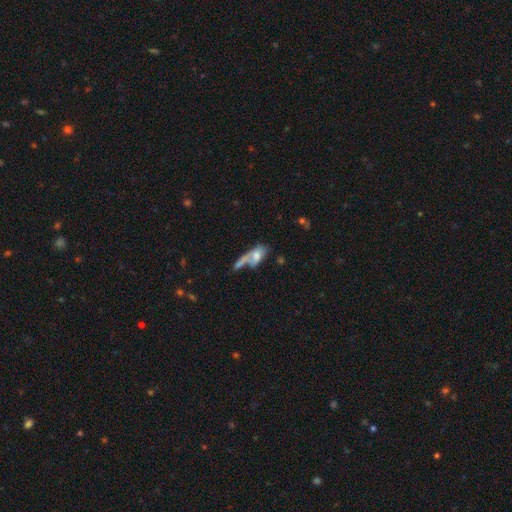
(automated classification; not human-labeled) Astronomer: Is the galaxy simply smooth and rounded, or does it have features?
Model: smooth — 52% (runner-up: featured or disk, 37%).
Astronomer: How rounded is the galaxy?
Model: in between — 73%.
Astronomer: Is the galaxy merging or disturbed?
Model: merger — 46% (runner-up: none, 25%).